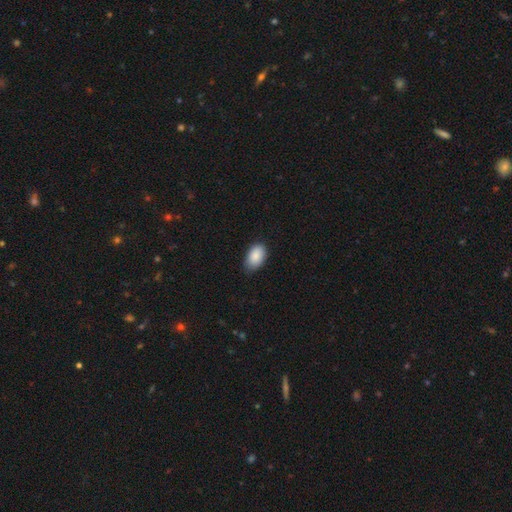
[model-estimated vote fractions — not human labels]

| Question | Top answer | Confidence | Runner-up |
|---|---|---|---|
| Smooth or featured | smooth | 88% | star or artifact (7%) |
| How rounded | in between | 92% | round (6%) |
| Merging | none | 75% | minor disturbance (21%) |